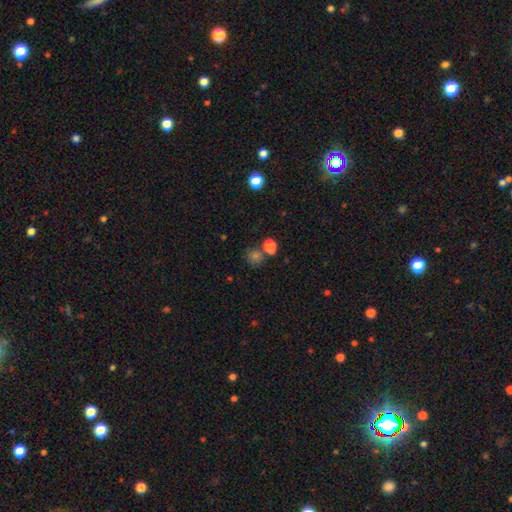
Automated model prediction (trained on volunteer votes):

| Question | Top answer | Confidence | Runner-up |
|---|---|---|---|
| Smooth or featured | smooth | 61% | star or artifact (30%) |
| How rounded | round | 87% | in between (12%) |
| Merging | none | 72% | merger (14%) |